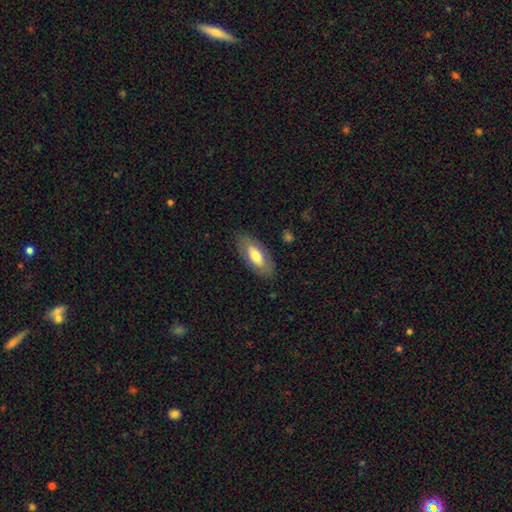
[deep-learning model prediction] This is likely a smooth galaxy (67%). How rounded: clearly in between (86%). Merging: clearly none (84%).